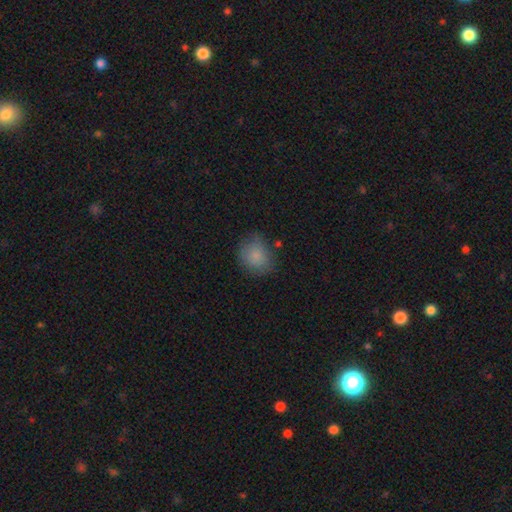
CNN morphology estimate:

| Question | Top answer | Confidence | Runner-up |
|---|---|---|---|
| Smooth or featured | smooth | 84% | star or artifact (8%) |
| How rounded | round | 66% | in between (33%) |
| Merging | none | 69% | minor disturbance (22%) |